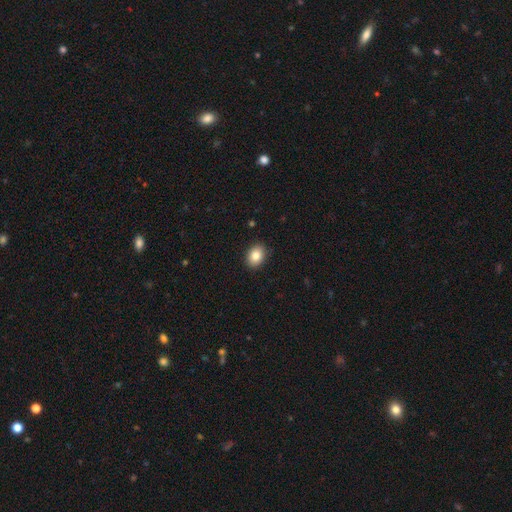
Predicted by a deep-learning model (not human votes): The model was most divided on "how rounded": in between: 67%, round: 32%, cigar-shaped: 1%. More confident: merging — none (90%); smooth or featured — smooth (85%).